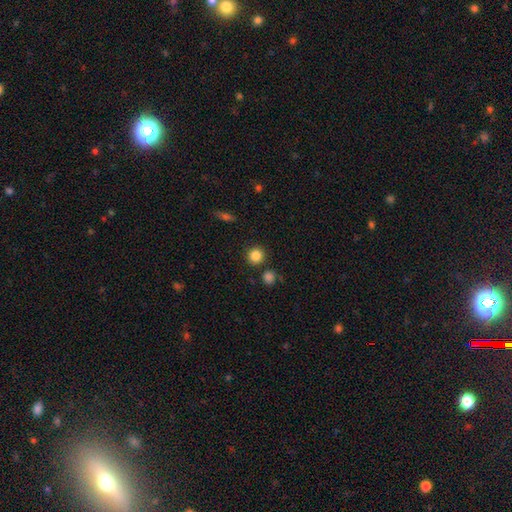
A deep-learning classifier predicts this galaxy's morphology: Smooth or featured? Predicted: smooth (p=0.85). How rounded? Predicted: round (p=0.92). Merging? Predicted: none (p=0.88).